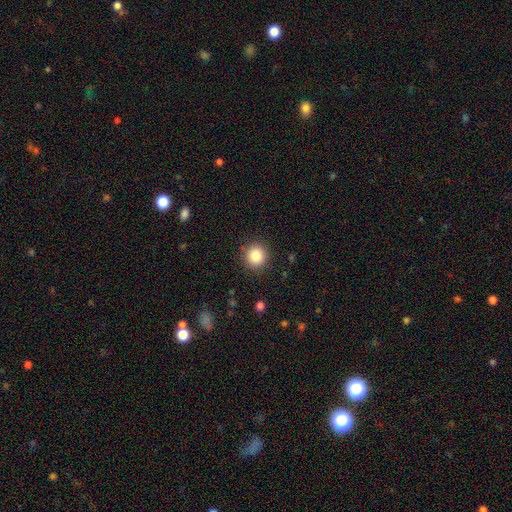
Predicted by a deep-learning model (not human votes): Smooth or featured? smooth (84%)
How rounded? round (92%)
Merging? none (90%)